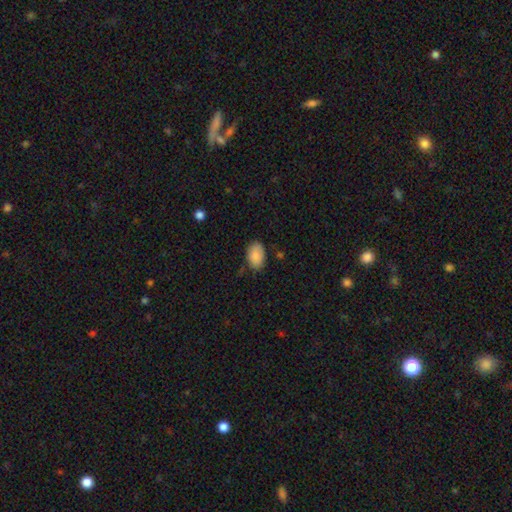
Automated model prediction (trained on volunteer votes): The model was most divided on "merging": none: 79%, minor disturbance: 16%, major disturbance: 3%, merger: 2%. More confident: how rounded — in between (90%); smooth or featured — smooth (88%).